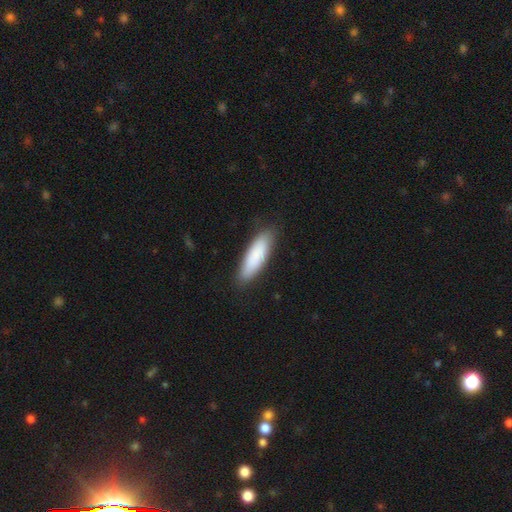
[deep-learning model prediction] Q: Smooth or featured?
A: smooth (86%); runner-up: featured or disk (9%)
Q: How rounded?
A: cigar-shaped (51%); runner-up: in between (47%)
Q: Merging?
A: none (85%); runner-up: minor disturbance (11%)